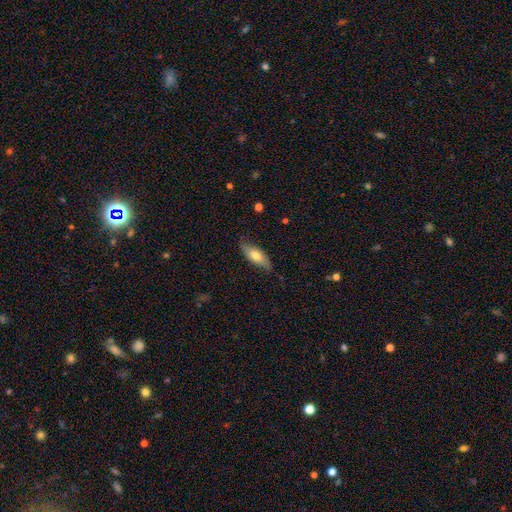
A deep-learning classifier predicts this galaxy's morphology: type=smooth (66%); roundness=in between (76%); merging=none (75%).